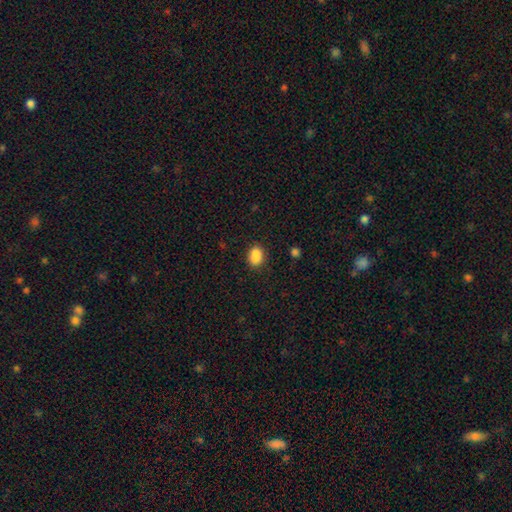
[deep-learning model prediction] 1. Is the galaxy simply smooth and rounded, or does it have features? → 88% smooth, 9% star or artifact, 3% featured or disk.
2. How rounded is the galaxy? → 75% in between, 24% round, 1% cigar-shaped.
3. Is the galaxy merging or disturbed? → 84% none, 11% minor disturbance, 3% major disturbance, 1% merger.